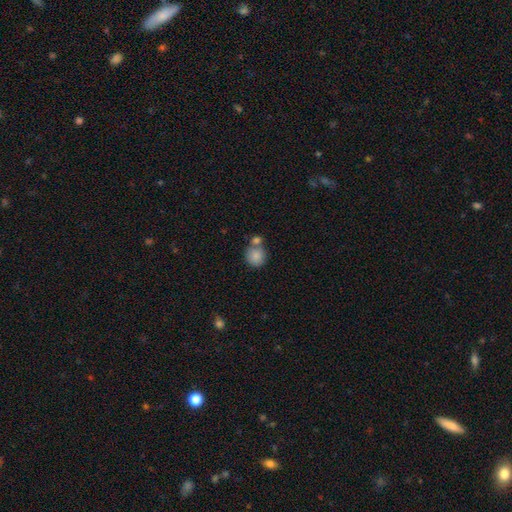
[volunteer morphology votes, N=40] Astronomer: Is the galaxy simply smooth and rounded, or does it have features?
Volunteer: smooth — 90%.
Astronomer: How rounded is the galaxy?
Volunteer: round — 94%.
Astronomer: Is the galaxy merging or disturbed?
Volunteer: none — 39% (runner-up: merger, 37%).